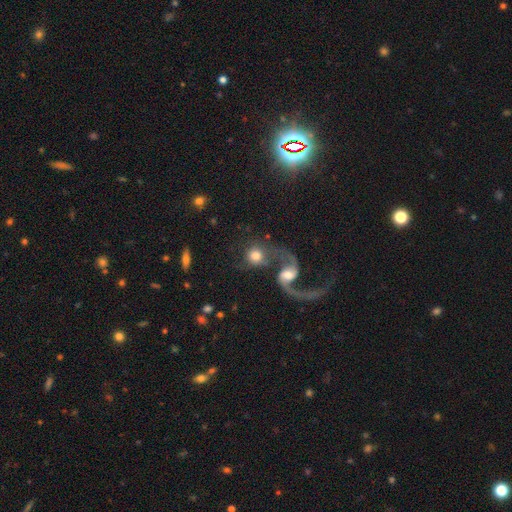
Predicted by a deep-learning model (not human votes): Smooth or featured?
  - smooth: 52% *
  - featured or disk: 39%
  - star or artifact: 9%
How rounded?
  - round: 84% *
  - in between: 15%
  - cigar-shaped: 2%
Merging?
  - merger: 48% *
  - none: 33%
  - major disturbance: 10%
  - minor disturbance: 9%